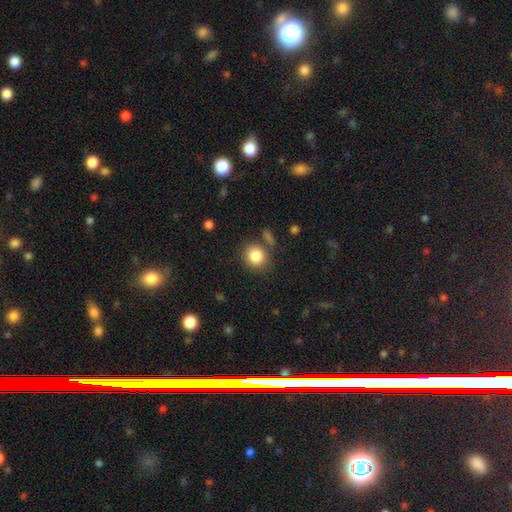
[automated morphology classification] Overall: smooth (85%). How rounded: round (78%). Merging: none (76%).